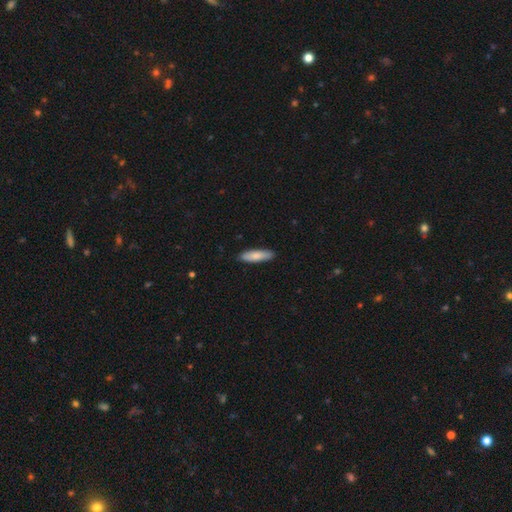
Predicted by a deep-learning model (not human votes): Smooth or featured? smooth (82%)
How rounded? cigar-shaped (65%)
Merging? none (89%)